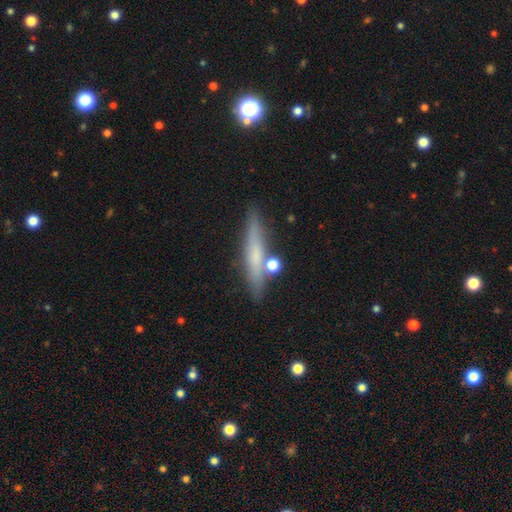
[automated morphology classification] smooth-or-featured: smooth: 49% | featured or disk: 43% | star or artifact: 8%
  merging: none: 81% | minor disturbance: 11% | merger: 6% | major disturbance: 3%